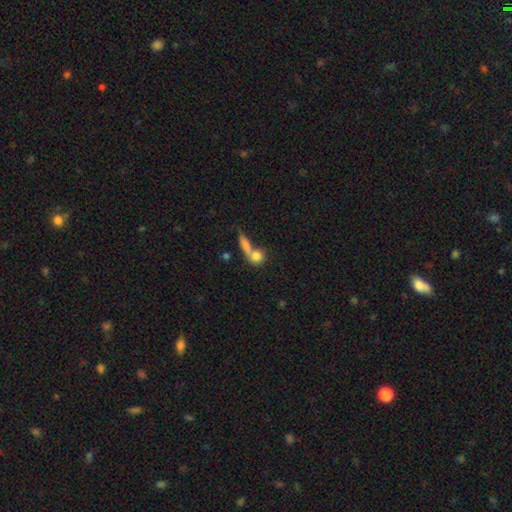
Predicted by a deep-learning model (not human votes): This is likely a smooth galaxy (78%). How rounded: likely round (67%). Merging: possibly merger (48%).